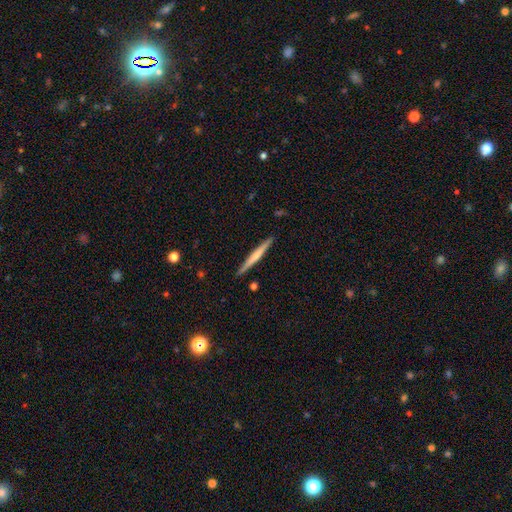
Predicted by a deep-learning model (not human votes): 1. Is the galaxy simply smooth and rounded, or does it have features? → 51% featured or disk, 44% smooth, 5% star or artifact.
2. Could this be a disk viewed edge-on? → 98% yes, 2% no.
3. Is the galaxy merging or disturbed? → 91% none, 7% minor disturbance, 1% merger, 1% major disturbance.